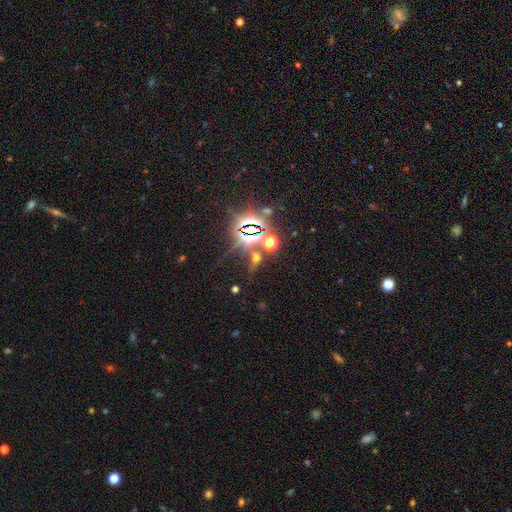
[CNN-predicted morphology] This is likely a star or artifact rather than a galaxy (78%).